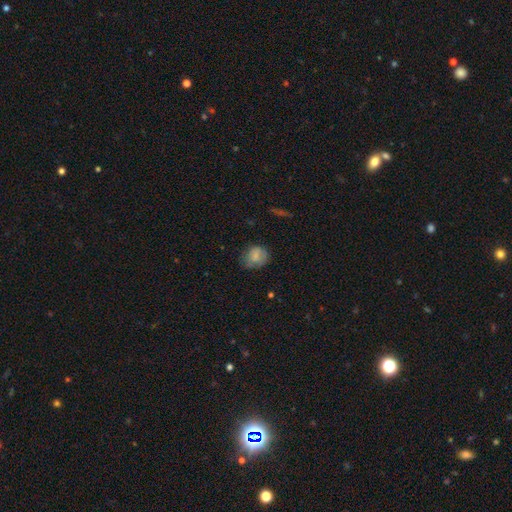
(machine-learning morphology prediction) Smooth or featured?
  - smooth: 74% *
  - featured or disk: 17%
  - star or artifact: 10%
How rounded?
  - round: 62% *
  - in between: 37%
  - cigar-shaped: 1%
Merging?
  - none: 58% *
  - minor disturbance: 29%
  - major disturbance: 11%
  - merger: 2%